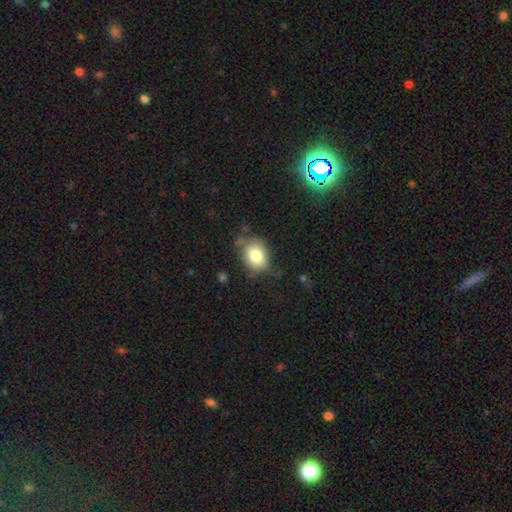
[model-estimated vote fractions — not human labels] A smooth galaxy with no disk features (80%) that is in between round and cigar-shaped (61%).

Vote fractions:
- Smooth or featured? smooth: 80% / featured or disk: 12% / star or artifact: 9%
- How rounded? in between: 61% / round: 38% / cigar-shaped: 1%
- Merging? none: 65% / minor disturbance: 25% / major disturbance: 7% / merger: 3%